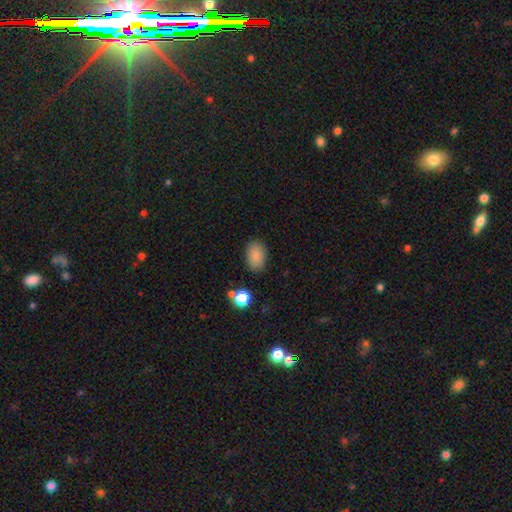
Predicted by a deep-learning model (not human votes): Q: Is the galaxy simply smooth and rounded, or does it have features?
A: smooth — 86%.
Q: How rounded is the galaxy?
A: in between — 84%.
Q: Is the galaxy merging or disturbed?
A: none — 85%.